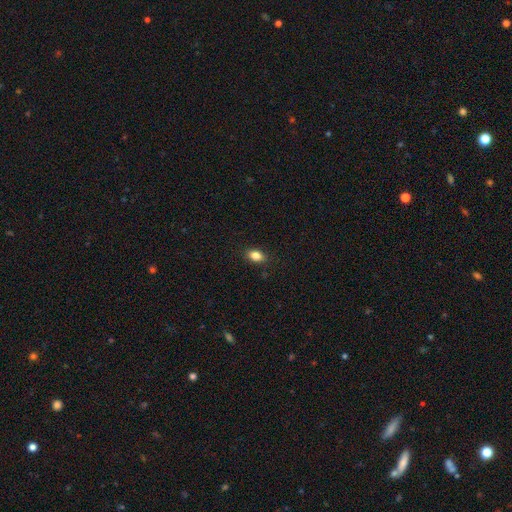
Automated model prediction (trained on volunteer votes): Morphology: type=smooth (83%); roundness=in between (83%); merging=none (88%).